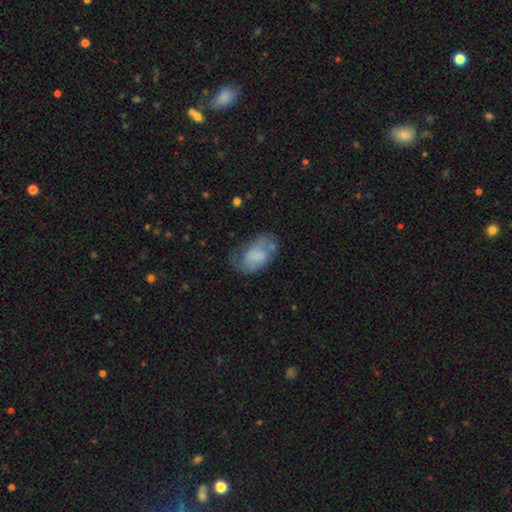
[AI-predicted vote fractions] smooth_or_featured: smooth (p=0.55) [alt: featured or disk p=0.37]
how_rounded: in between (p=0.90) [alt: round p=0.09]
merging: none (p=0.37) [alt: minor disturbance p=0.31]